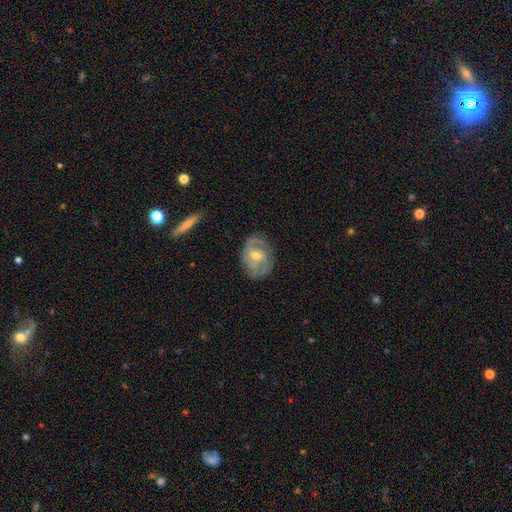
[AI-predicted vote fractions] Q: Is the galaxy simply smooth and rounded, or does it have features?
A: featured or disk — 77%.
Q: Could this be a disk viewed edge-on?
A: no — 96%.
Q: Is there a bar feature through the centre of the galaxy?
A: no — 43%, tied with weak.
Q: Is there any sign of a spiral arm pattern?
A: yes — 87%.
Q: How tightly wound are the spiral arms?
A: medium — 42%, tied with tight.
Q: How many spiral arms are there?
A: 2 — 59%.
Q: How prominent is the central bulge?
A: moderate — 58%.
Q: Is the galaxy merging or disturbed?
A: none — 74%.